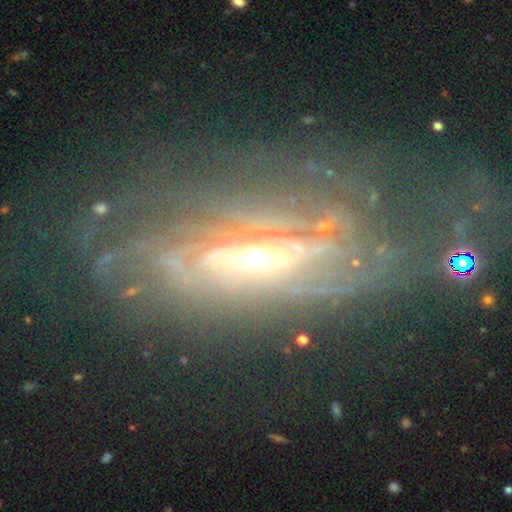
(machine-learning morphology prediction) This appears to be a featured or disk galaxy (81%) with no bar (58%), spiral arms (75%) and a moderate central bulge (62%). Merging: none (61%).